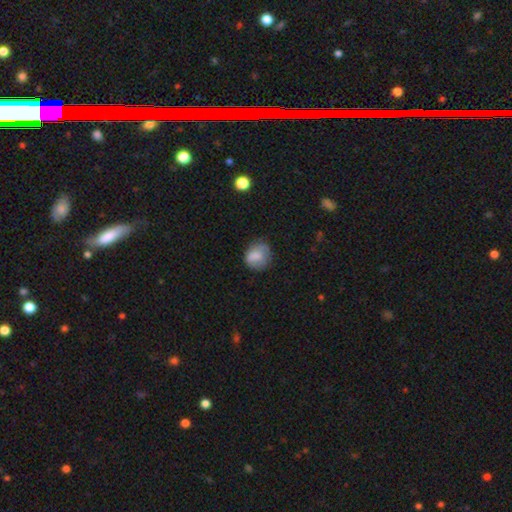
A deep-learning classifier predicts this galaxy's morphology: Smooth or featured?
  - smooth: 78% *
  - featured or disk: 14%
  - star or artifact: 8%
How rounded?
  - round: 72% *
  - in between: 27%
  - cigar-shaped: 1%
Merging?
  - none: 61% *
  - minor disturbance: 27%
  - major disturbance: 10%
  - merger: 2%